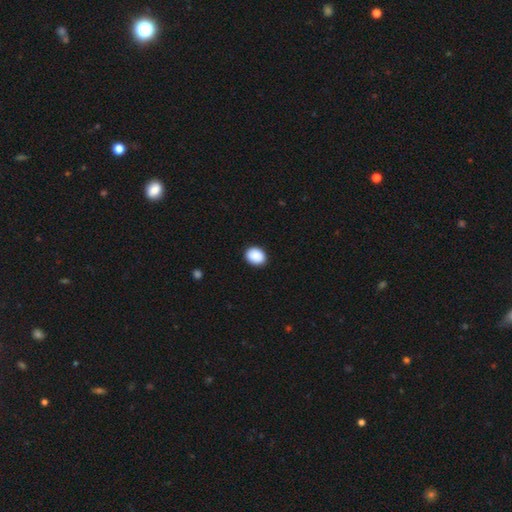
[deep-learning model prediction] Smooth or featured? smooth (90%)
How rounded? round (50%)
Merging? none (89%)